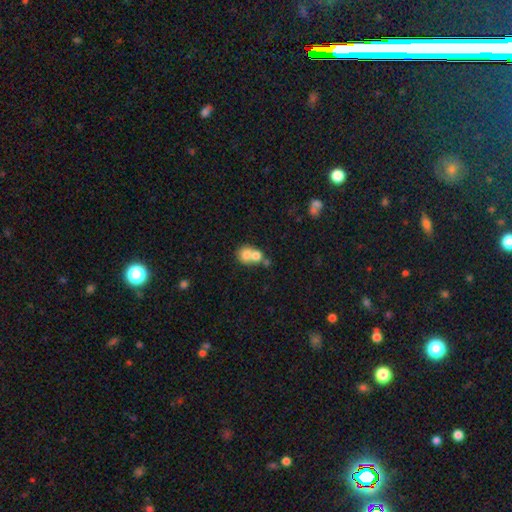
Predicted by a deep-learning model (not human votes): Q: Smooth or featured?
A: smooth (70%); runner-up: featured or disk (20%)
Q: How rounded?
A: round (70%); runner-up: in between (29%)
Q: Merging?
A: merger (69%); runner-up: none (23%)